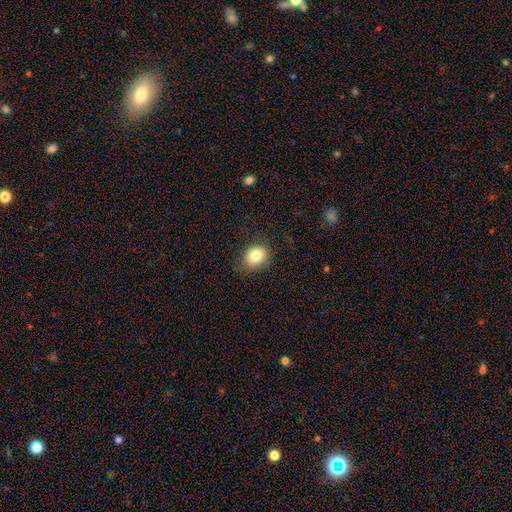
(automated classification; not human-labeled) smooth-or-featured: smooth: 82% | star or artifact: 10% | featured or disk: 8%
  how-rounded: round: 50% | in between: 49% | cigar-shaped: 1%
  merging: none: 76% | minor disturbance: 18% | major disturbance: 5% | merger: 1%